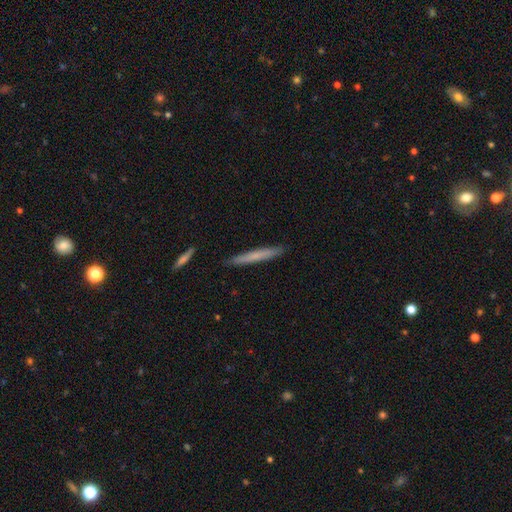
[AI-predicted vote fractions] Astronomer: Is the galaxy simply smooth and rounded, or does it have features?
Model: smooth — 64%.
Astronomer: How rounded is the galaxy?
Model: cigar-shaped — 96%.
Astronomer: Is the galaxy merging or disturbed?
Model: none — 90%.